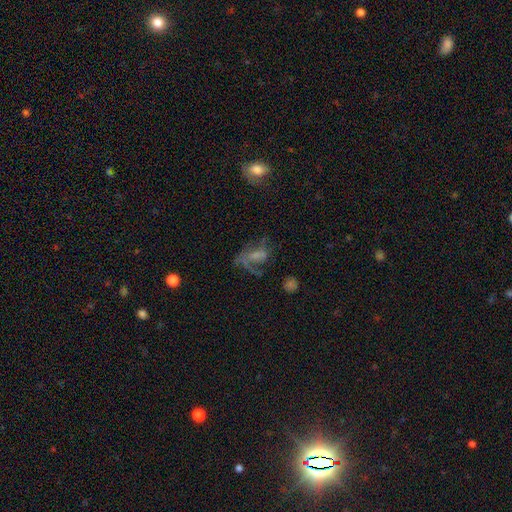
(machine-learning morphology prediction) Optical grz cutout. It shows a featured or disk galaxy (51%). Merging: major disturbance (44%).